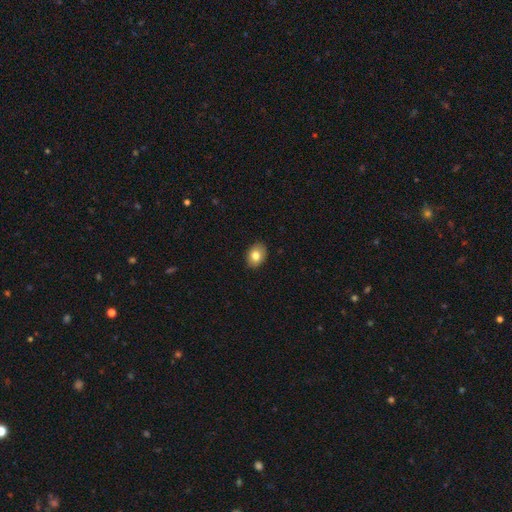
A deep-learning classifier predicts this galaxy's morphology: Smooth or featured? smooth (81%)
How rounded? in between (72%)
Merging? none (89%)